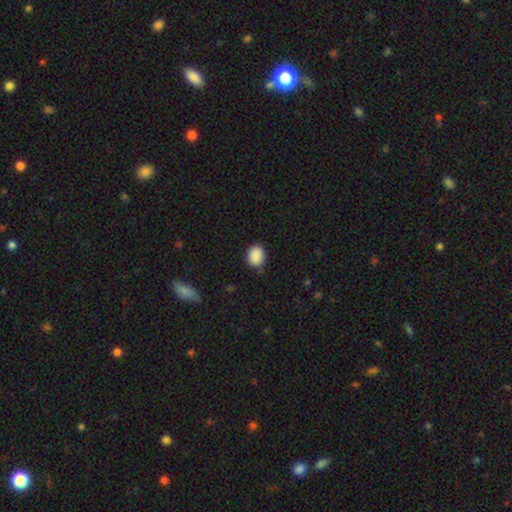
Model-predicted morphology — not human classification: Smooth or featured: smooth — 89% (star or artifact — 8%)
How rounded: in between — 57% (round — 42%)
Merging: none — 82% (minor disturbance — 14%)